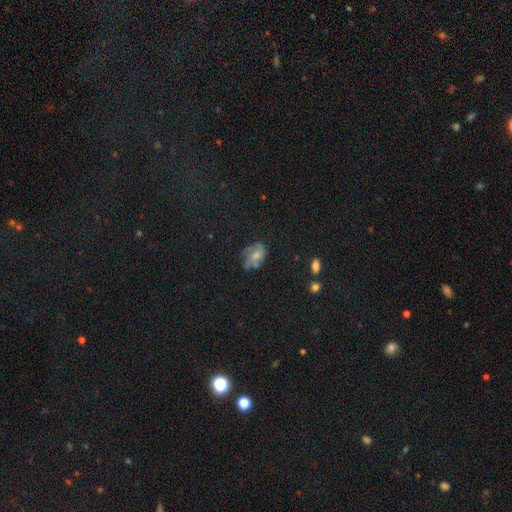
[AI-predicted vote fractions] smooth 44%, featured or disk 41%, star or artifact 15%. Down the decision tree: merging — none (45%).